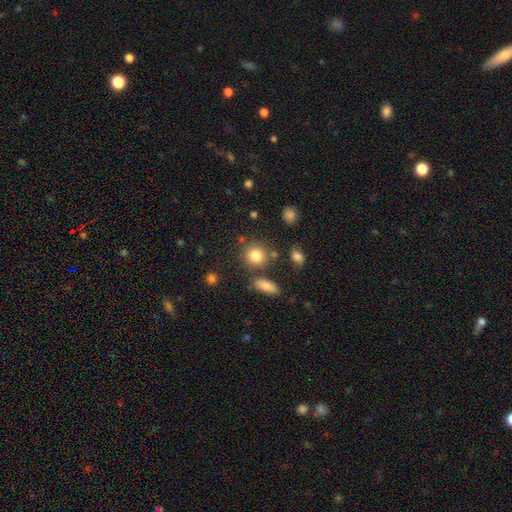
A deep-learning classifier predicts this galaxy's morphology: Smooth or featured?
  - smooth: 81% *
  - star or artifact: 11%
  - featured or disk: 8%
How rounded?
  - round: 83% *
  - in between: 16%
  - cigar-shaped: 1%
Merging?
  - none: 75% *
  - merger: 11%
  - minor disturbance: 10%
  - major disturbance: 4%